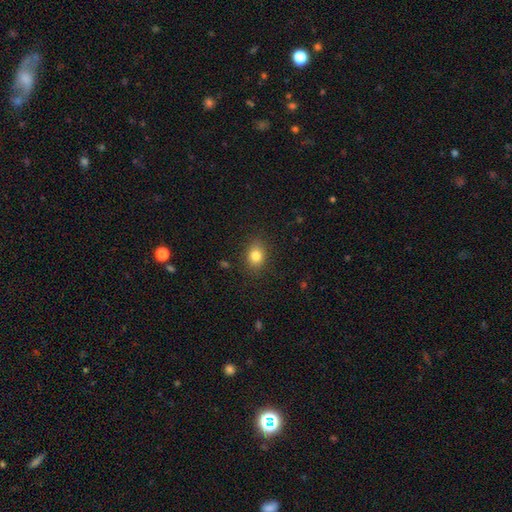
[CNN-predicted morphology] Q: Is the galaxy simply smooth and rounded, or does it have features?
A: smooth — 82%.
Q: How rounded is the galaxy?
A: in between — 53%.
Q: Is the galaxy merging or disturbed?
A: none — 85%.